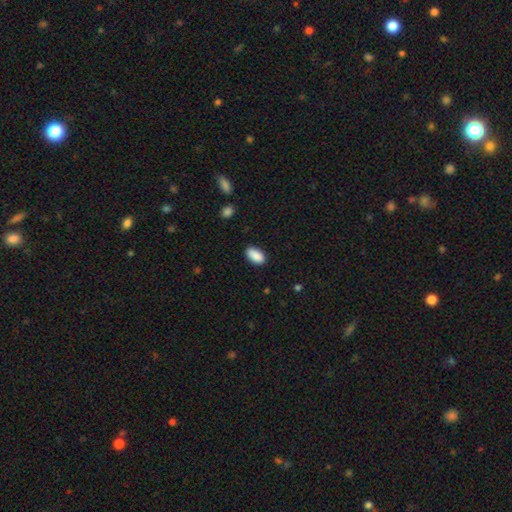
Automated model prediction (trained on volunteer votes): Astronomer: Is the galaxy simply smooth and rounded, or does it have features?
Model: smooth — 90%.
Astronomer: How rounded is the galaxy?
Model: in between — 94%.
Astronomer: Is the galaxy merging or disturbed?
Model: none — 85%.